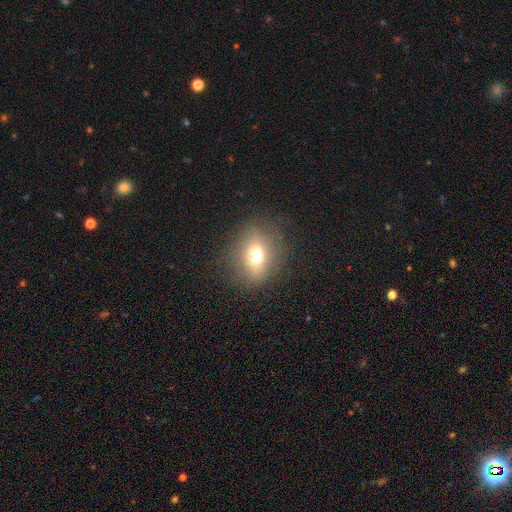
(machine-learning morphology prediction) A smooth galaxy with no disk features (64%) that is round (56%).

Vote fractions:
- Smooth or featured? smooth: 64% / featured or disk: 18% / star or artifact: 17%
- How rounded? round: 56% / in between: 42% / cigar-shaped: 2%
- Merging? none: 79% / minor disturbance: 12% / major disturbance: 7% / merger: 2%